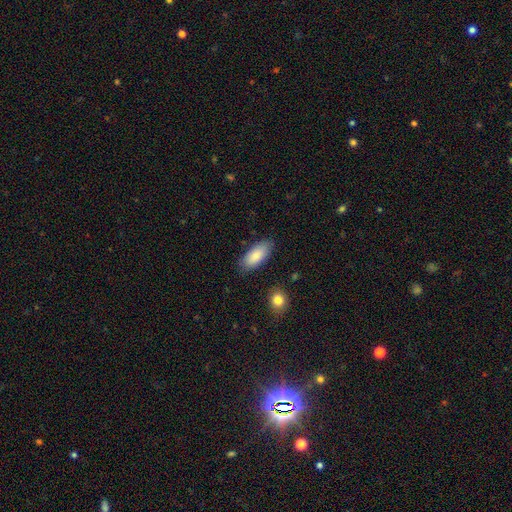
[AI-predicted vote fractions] Morphology: type=smooth (86%); roundness=in between (87%); merging=none (84%).